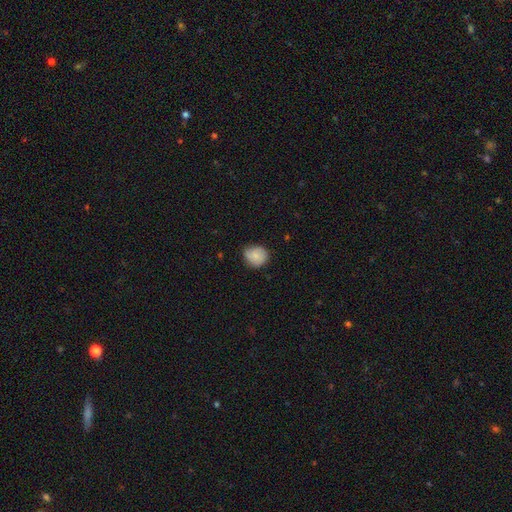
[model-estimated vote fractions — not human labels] Smooth or featured? smooth (74%)
How rounded? round (79%)
Merging? none (62%)